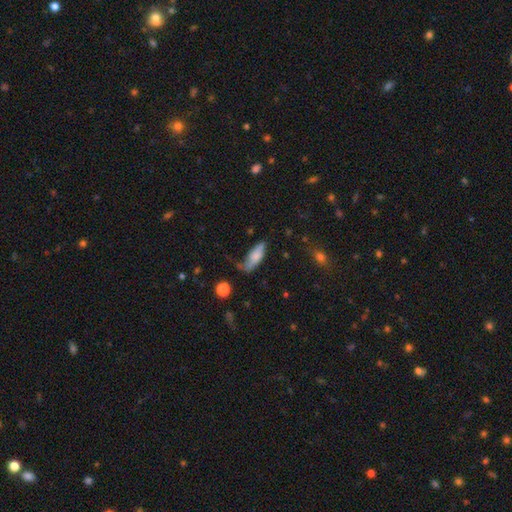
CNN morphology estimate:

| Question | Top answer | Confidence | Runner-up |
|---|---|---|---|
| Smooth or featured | smooth | 69% | featured or disk (24%) |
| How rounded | in between | 63% | cigar-shaped (34%) |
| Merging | none | 45% | minor disturbance (34%) |